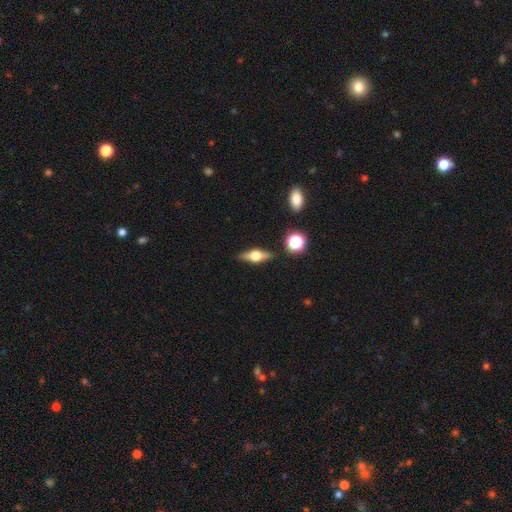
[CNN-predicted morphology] Smooth or featured? featured or disk (60%)
Edge-on disk? yes (94%)
Edge-on bulge? rounded (94%)
Merging? none (86%)